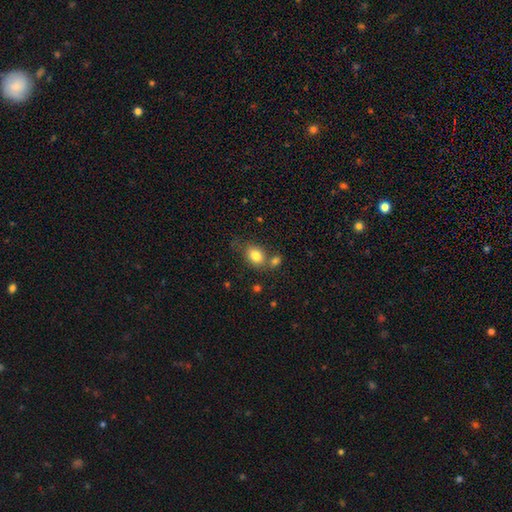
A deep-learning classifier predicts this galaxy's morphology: Overall: smooth (81%). How rounded: in between (64%; round 35%). Merging: none (52%; merger 26%).